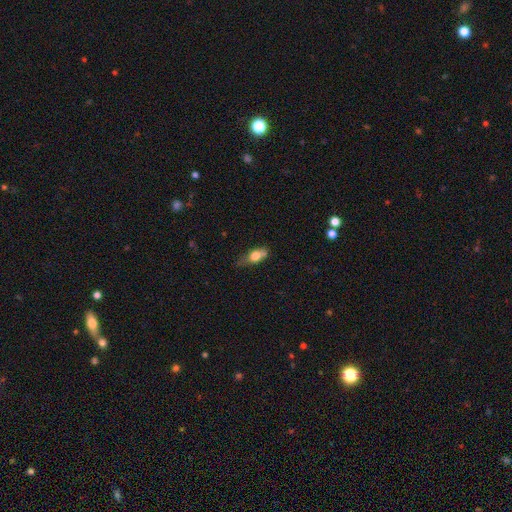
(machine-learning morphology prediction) type=smooth (67%); roundness=in between (73%); merging=none (48%).